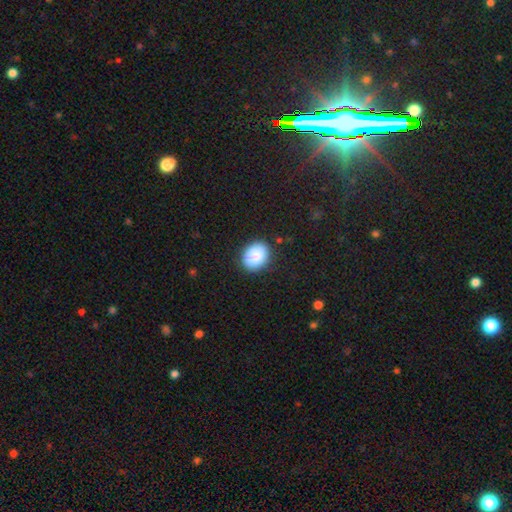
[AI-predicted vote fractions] Smooth or featured?
  - smooth: 88% *
  - star or artifact: 7%
  - featured or disk: 5%
How rounded?
  - in between: 57% *
  - round: 42%
  - cigar-shaped: 1%
Merging?
  - none: 85% *
  - minor disturbance: 11%
  - major disturbance: 3%
  - merger: 1%